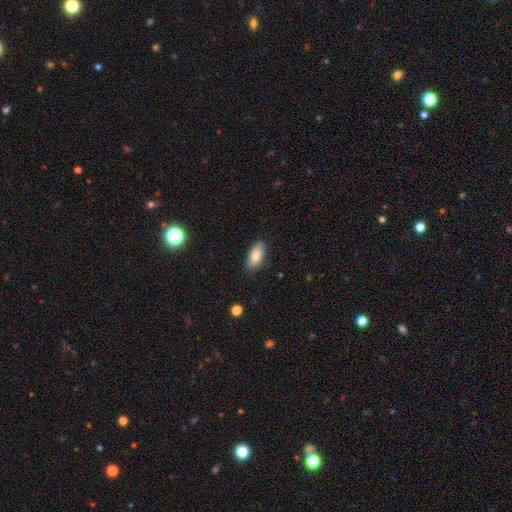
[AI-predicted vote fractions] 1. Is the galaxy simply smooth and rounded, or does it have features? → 82% smooth, 11% featured or disk, 7% star or artifact.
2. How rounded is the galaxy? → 88% in between, 9% cigar-shaped, 3% round.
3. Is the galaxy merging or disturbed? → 84% none, 12% minor disturbance, 2% major disturbance, 1% merger.